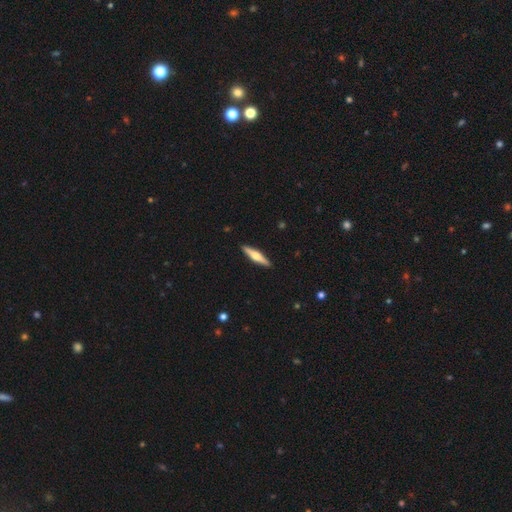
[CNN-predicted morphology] smooth-or-featured: featured or disk: 57% | smooth: 38% | star or artifact: 5%
  disk-edge-on: yes: 97% | no: 3%
    edge-on-bulge: rounded: 91% | boxy: 5% | none: 4%
  merging: none: 92% | minor disturbance: 6% | major disturbance: 1% | merger: 1%